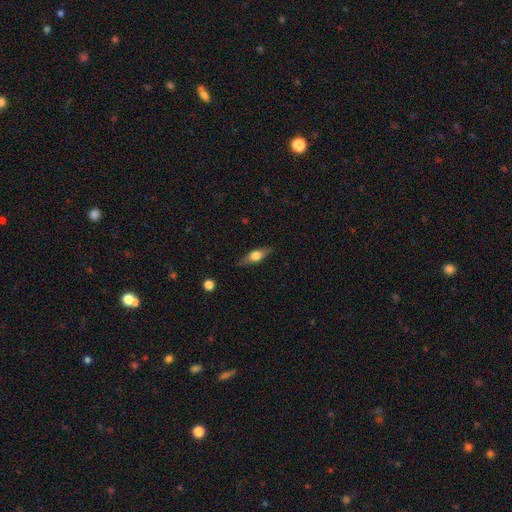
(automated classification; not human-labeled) smooth-or-featured: featured or disk: 47% | smooth: 46% | star or artifact: 7%
  merging: none: 83% | minor disturbance: 13% | major disturbance: 3% | merger: 1%